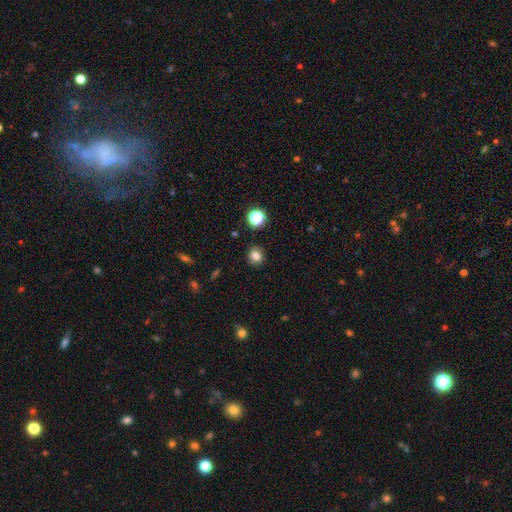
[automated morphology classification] A smooth galaxy with no disk features (80%) that is round (84%).

Vote fractions:
- Smooth or featured? smooth: 80% / star or artifact: 14% / featured or disk: 6%
- How rounded? round: 84% / in between: 15% / cigar-shaped: 1%
- Merging? none: 90% / minor disturbance: 7% / major disturbance: 2% / merger: 2%